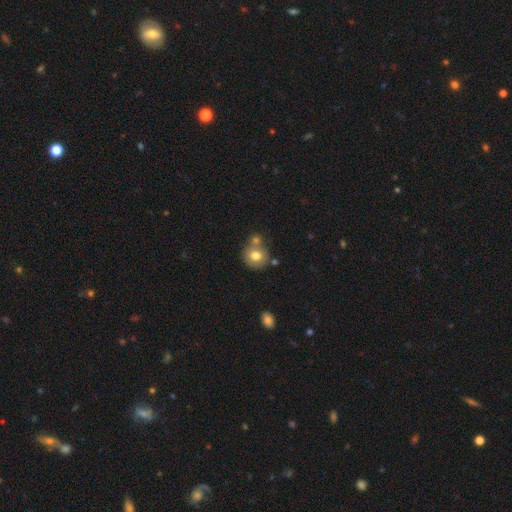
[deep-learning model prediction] Q: Smooth or featured?
A: smooth (75%); runner-up: featured or disk (16%)
Q: How rounded?
A: round (85%); runner-up: in between (14%)
Q: Merging?
A: none (58%); runner-up: merger (26%)